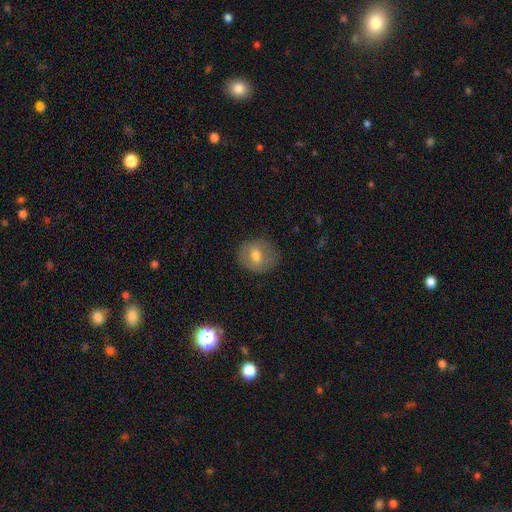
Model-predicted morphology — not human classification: smooth-or-featured: smooth: 60% | featured or disk: 30% | star or artifact: 10%
  how-rounded: round: 77% | in between: 22% | cigar-shaped: 1%
  merging: none: 80% | minor disturbance: 14% | major disturbance: 4% | merger: 1%